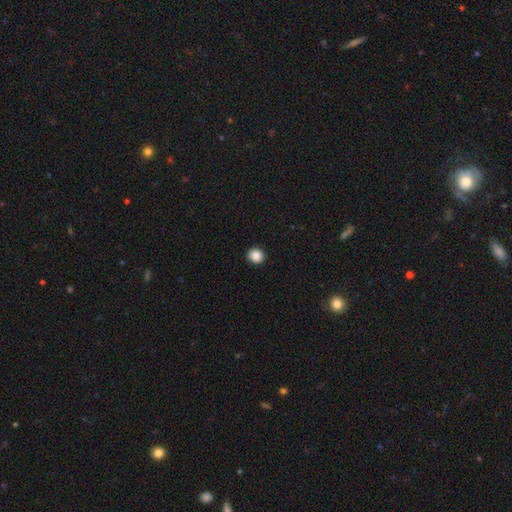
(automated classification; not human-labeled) The model was most divided on "how rounded": round: 85%, in between: 14%, cigar-shaped: 1%. More confident: merging — none (92%); smooth or featured — smooth (86%).